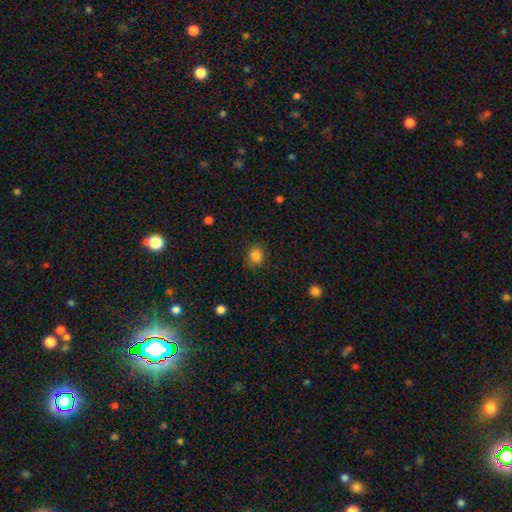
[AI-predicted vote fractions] smooth-or-featured: smooth: 85% | star or artifact: 11% | featured or disk: 4%
  how-rounded: round: 70% | in between: 29% | cigar-shaped: 1%
  merging: none: 84% | minor disturbance: 12% | major disturbance: 3% | merger: 1%